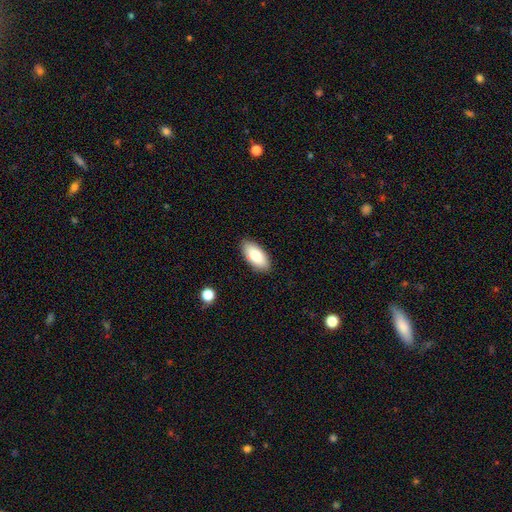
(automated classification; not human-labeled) smooth-or-featured: smooth: 81% | featured or disk: 13% | star or artifact: 6%
  how-rounded: in between: 91% | cigar-shaped: 7% | round: 2%
  merging: none: 88% | minor disturbance: 9% | major disturbance: 2% | merger: 1%